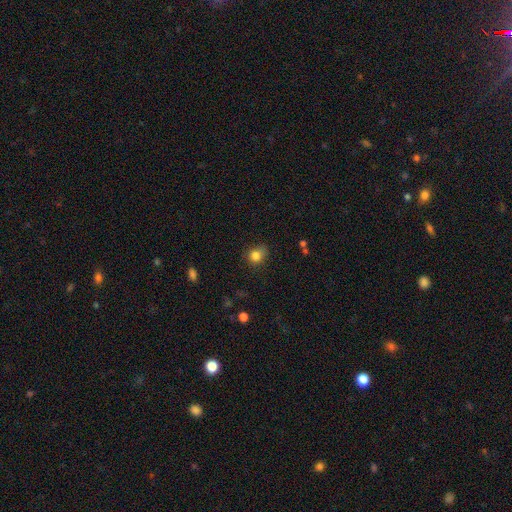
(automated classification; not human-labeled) This appears to be a smooth galaxy with no disk features (82%) that is round (70%). Merging: none (66%).